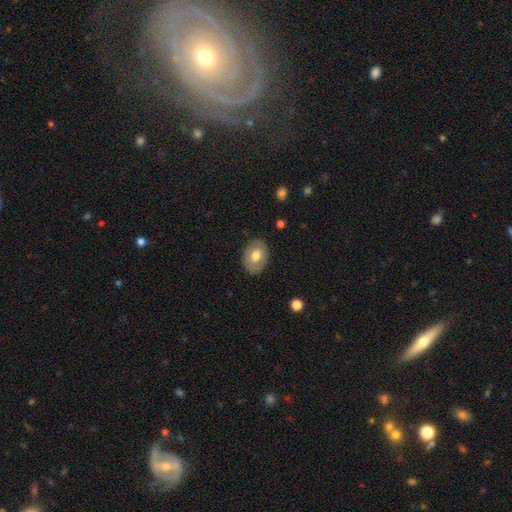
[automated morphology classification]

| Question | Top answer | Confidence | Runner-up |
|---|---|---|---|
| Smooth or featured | smooth | 68% | featured or disk (25%) |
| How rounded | in between | 72% | round (28%) |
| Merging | none | 84% | minor disturbance (12%) |